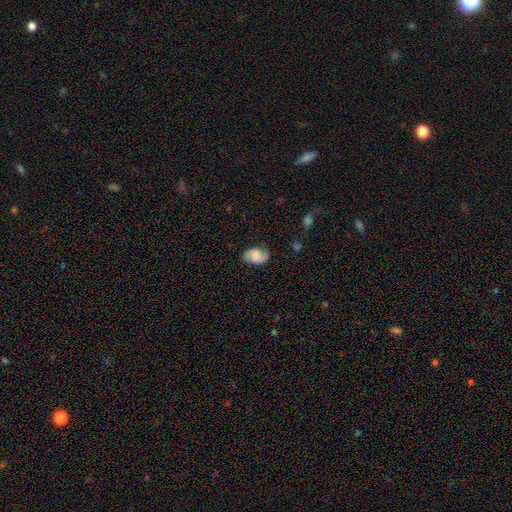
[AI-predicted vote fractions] Overall: smooth (53%; featured or disk 38%). How rounded: in between (86%). Merging: none (70%).